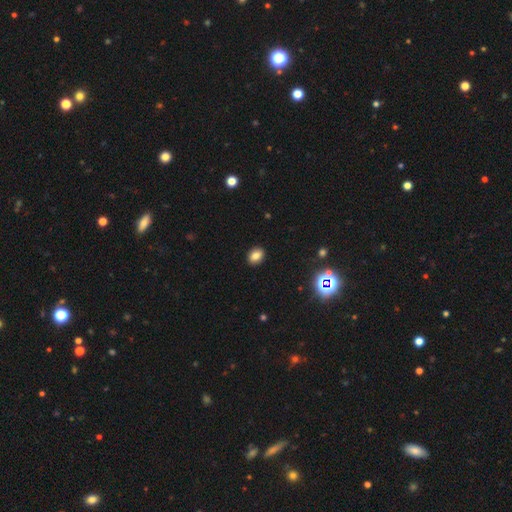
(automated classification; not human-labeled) Smooth or featured?
  - smooth: 81% *
  - star or artifact: 12%
  - featured or disk: 6%
How rounded?
  - in between: 61% *
  - round: 38%
  - cigar-shaped: 1%
Merging?
  - none: 91% *
  - minor disturbance: 6%
  - major disturbance: 2%
  - merger: 1%